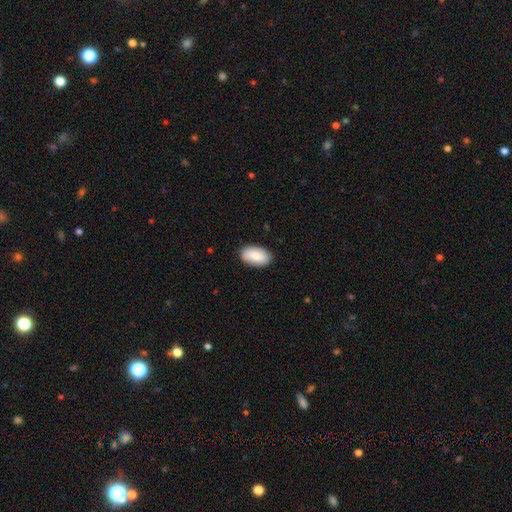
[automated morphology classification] A smooth galaxy with no disk features (84%) that is in between round and cigar-shaped (95%).

Vote fractions:
- Smooth or featured? smooth: 84% / featured or disk: 10% / star or artifact: 6%
- How rounded? in between: 95% / round: 3% / cigar-shaped: 2%
- Merging? none: 88% / minor disturbance: 9% / major disturbance: 2% / merger: 1%